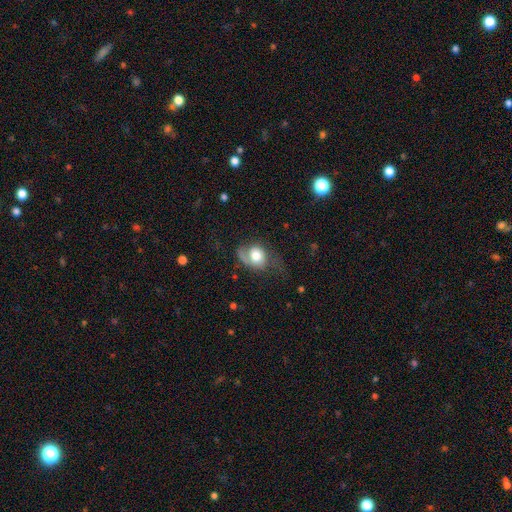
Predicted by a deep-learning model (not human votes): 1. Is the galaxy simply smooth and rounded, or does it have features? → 58% smooth, 34% featured or disk, 8% star or artifact.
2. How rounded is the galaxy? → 54% in between, 45% round, 1% cigar-shaped.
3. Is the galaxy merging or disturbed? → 35% none, 33% major disturbance, 29% minor disturbance, 3% merger.